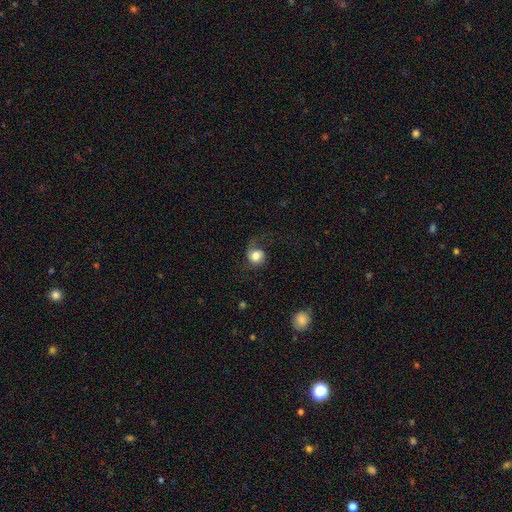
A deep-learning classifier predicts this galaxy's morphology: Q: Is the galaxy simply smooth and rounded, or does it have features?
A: smooth — 64%.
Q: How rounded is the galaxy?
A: round — 77%.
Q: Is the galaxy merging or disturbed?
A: none — 47%.